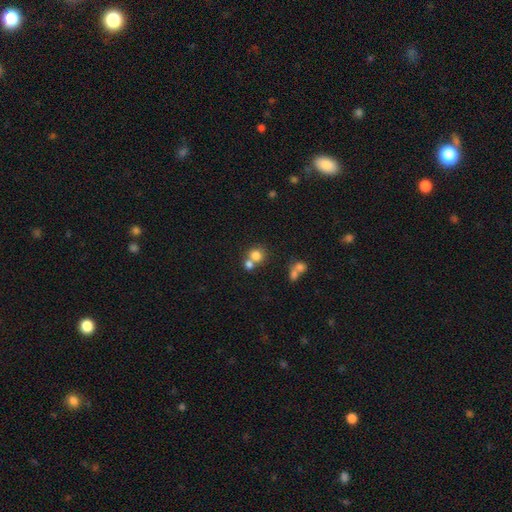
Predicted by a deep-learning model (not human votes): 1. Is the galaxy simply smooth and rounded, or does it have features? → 76% smooth, 12% star or artifact, 11% featured or disk.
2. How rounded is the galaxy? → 83% round, 16% in between, 1% cigar-shaped.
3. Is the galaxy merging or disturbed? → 47% none, 42% merger, 7% minor disturbance, 4% major disturbance.